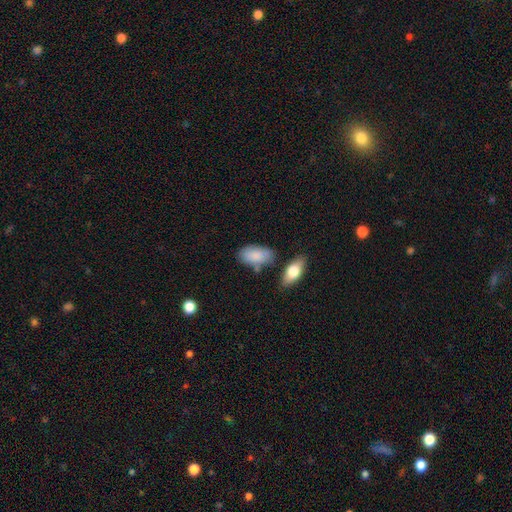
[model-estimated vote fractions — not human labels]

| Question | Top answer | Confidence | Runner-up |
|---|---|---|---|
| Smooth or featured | smooth | 85% | featured or disk (9%) |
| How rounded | in between | 93% | cigar-shaped (3%) |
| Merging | none | 65% | minor disturbance (20%) |